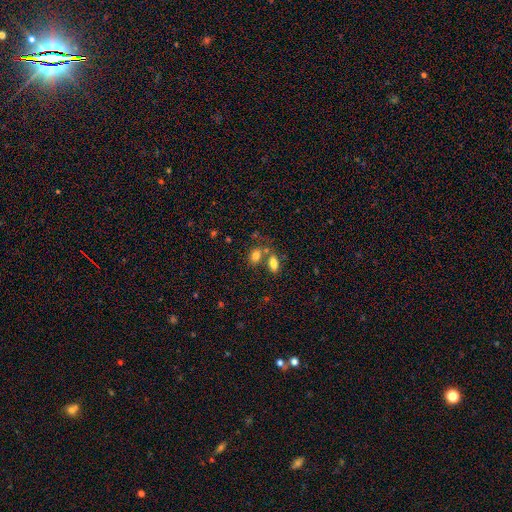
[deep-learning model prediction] The model was most divided on "merging": none: 49%, merger: 35%, minor disturbance: 11%, major disturbance: 5%. More confident: how rounded — in between (81%); smooth or featured — smooth (80%).